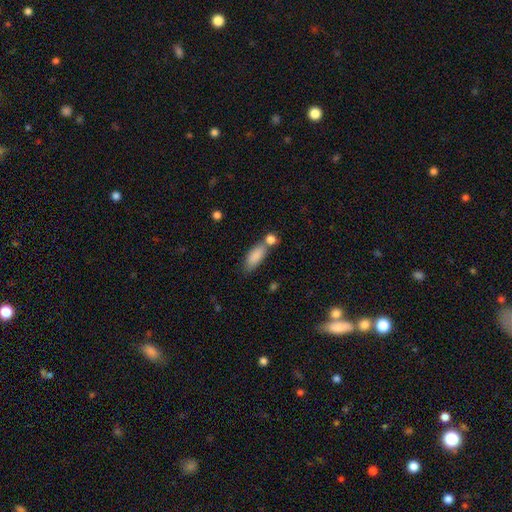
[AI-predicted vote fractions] smooth 86%, featured or disk 8%, star or artifact 7%. Down the decision tree: how rounded — in between (77%); merging — none (51%).